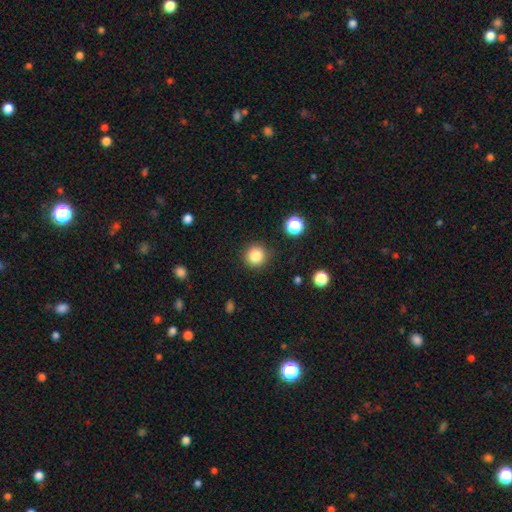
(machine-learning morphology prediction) The model was most divided on "smooth or featured": smooth: 84%, star or artifact: 11%, featured or disk: 5%. More confident: how rounded — round (94%); merging — none (89%).